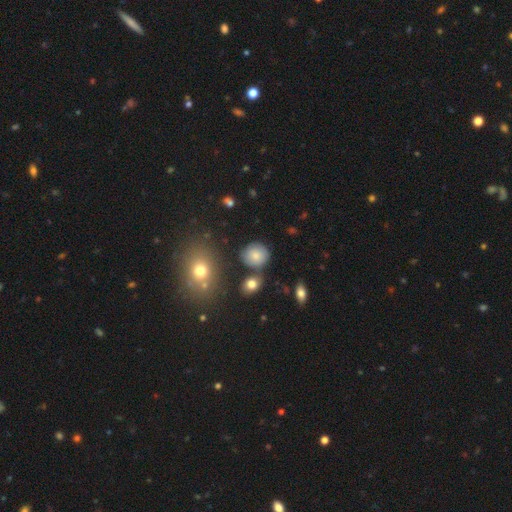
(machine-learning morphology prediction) A smooth galaxy with no disk features (76%) that is round (79%).

Vote fractions:
- Smooth or featured? smooth: 76% / featured or disk: 13% / star or artifact: 11%
- How rounded? round: 79% / in between: 20% / cigar-shaped: 1%
- Merging? none: 77% / minor disturbance: 13% / merger: 6% / major disturbance: 4%